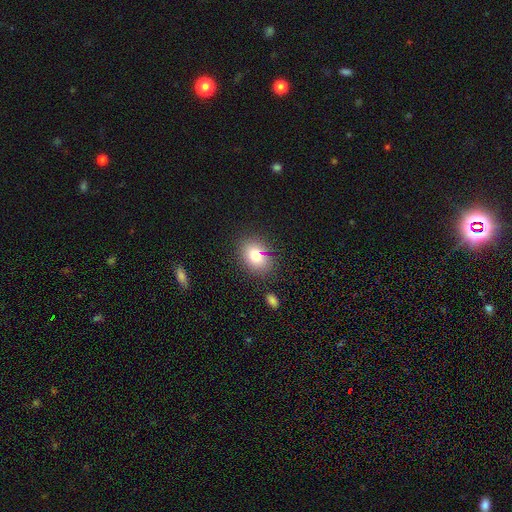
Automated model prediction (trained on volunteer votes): Overall: smooth (77%). How rounded: in between (58%; round 41%). Merging: none (79%).